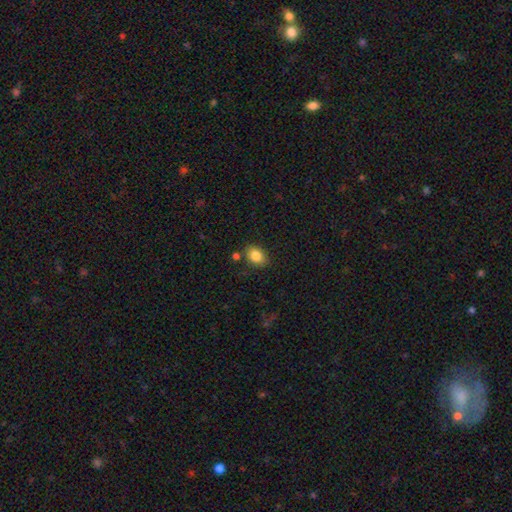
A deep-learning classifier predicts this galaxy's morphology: A smooth galaxy with no disk features (85%) that is in between round and cigar-shaped (65%).

Vote fractions:
- Smooth or featured? smooth: 85% / star or artifact: 9% / featured or disk: 6%
- How rounded? in between: 65% / round: 34% / cigar-shaped: 1%
- Merging? none: 79% / minor disturbance: 13% / merger: 6% / major disturbance: 3%